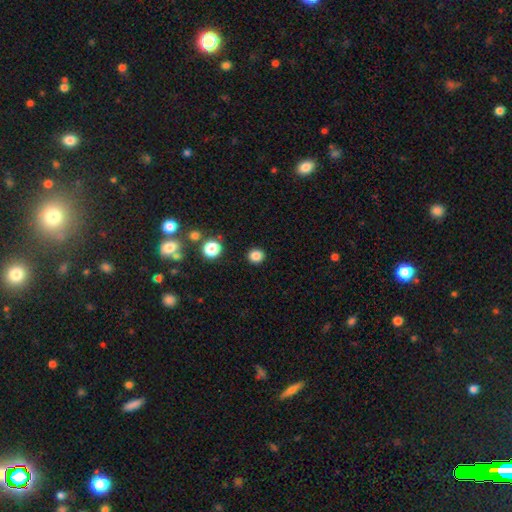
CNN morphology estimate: Smooth or featured: smooth — 84% (star or artifact — 13%)
How rounded: round — 90% (in between — 9%)
Merging: none — 91% (minor disturbance — 5%)